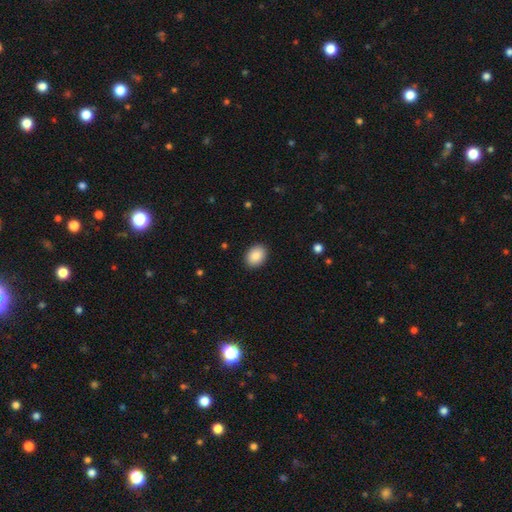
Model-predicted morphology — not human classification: Smooth or featured? Predicted: smooth (p=0.88). How rounded? Predicted: in between (p=0.71). Merging? Predicted: none (p=0.90).